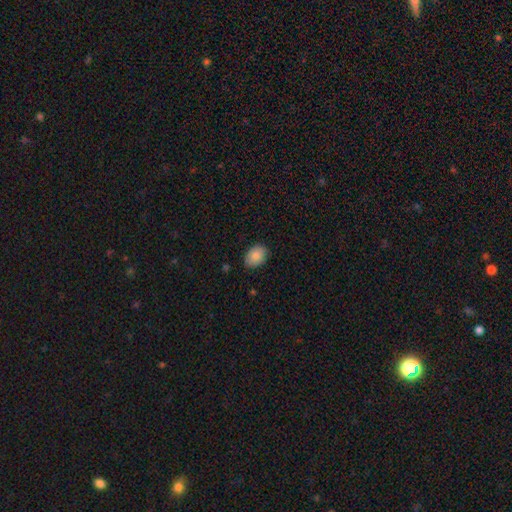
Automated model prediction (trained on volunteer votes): smooth 86%, featured or disk 7%, star or artifact 7%. Down the decision tree: how rounded — in between (81%); merging — none (84%).